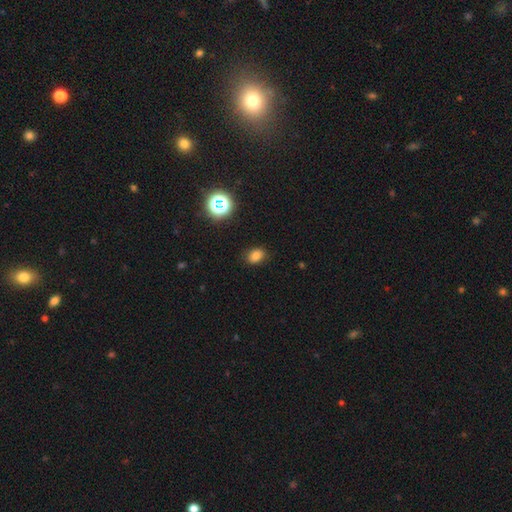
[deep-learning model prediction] A smooth galaxy with no disk features (79%) that is in between round and cigar-shaped (70%).

Vote fractions:
- Smooth or featured? smooth: 79% / star or artifact: 15% / featured or disk: 6%
- How rounded? in between: 70% / round: 29% / cigar-shaped: 1%
- Merging? none: 85% / minor disturbance: 11% / major disturbance: 3% / merger: 1%